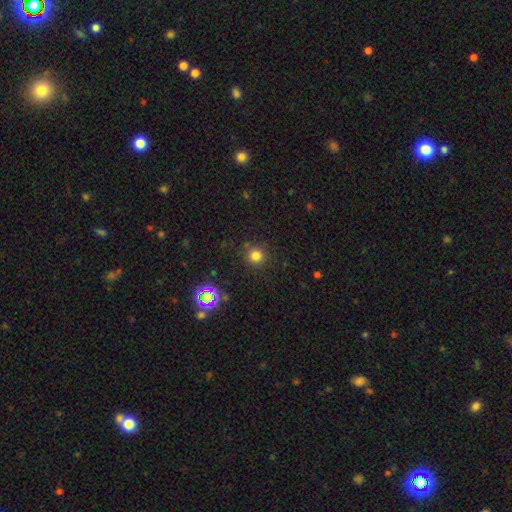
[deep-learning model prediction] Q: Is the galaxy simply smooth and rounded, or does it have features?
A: smooth — 76%.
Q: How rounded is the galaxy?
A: round — 93%.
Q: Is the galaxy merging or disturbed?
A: none — 86%.